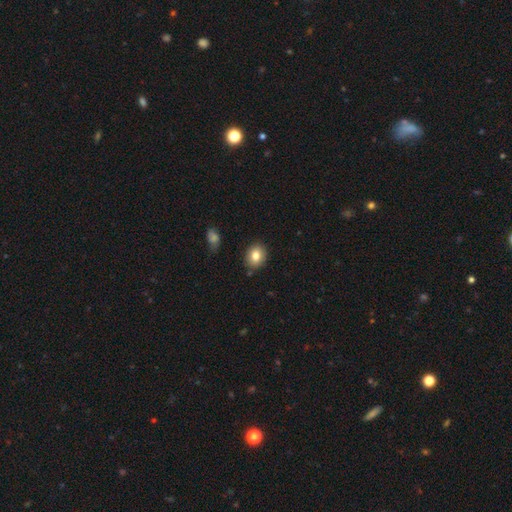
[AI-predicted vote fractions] smooth_or_featured: smooth (p=0.82) [alt: featured or disk p=0.09]
how_rounded: round (p=0.55) [alt: in between p=0.44]
merging: none (p=0.86) [alt: minor disturbance p=0.10]